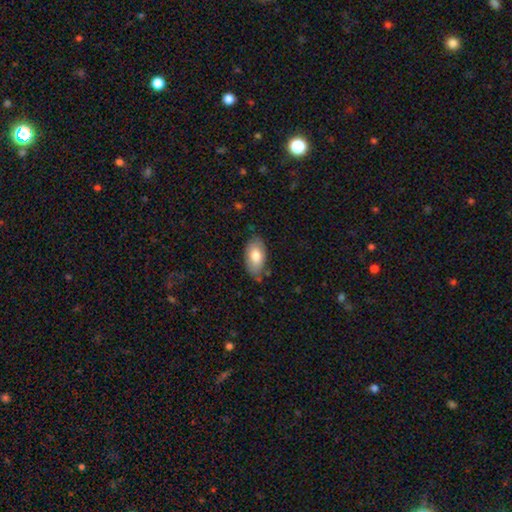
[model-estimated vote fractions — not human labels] Morphology: type=smooth (77%); roundness=in between (94%); merging=none (74%).